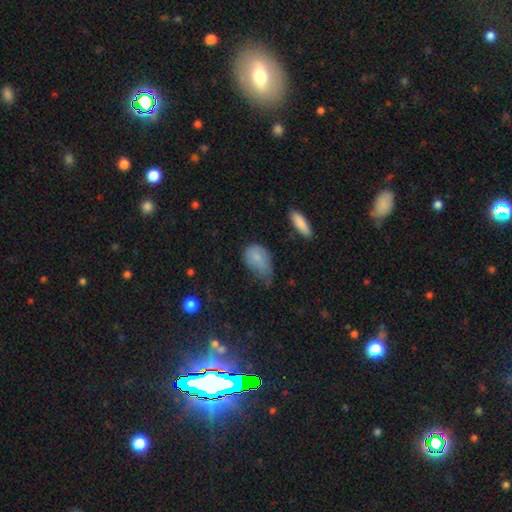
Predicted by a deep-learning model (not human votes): Smooth or featured: smooth — 77% (featured or disk — 15%)
How rounded: in between — 83% (round — 14%)
Merging: minor disturbance — 41% (major disturbance — 33%)